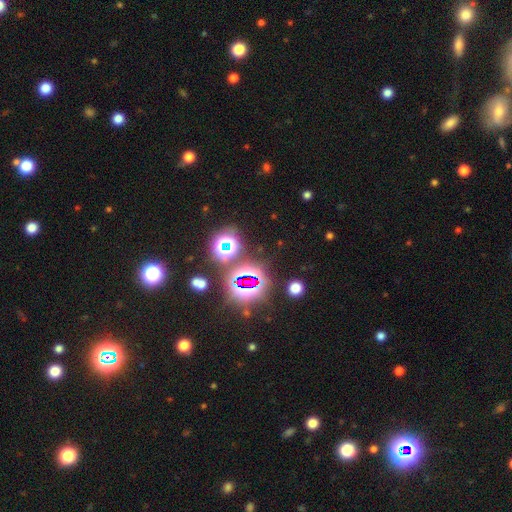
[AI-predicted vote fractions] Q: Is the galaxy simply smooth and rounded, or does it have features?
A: star or artifact — 78%.